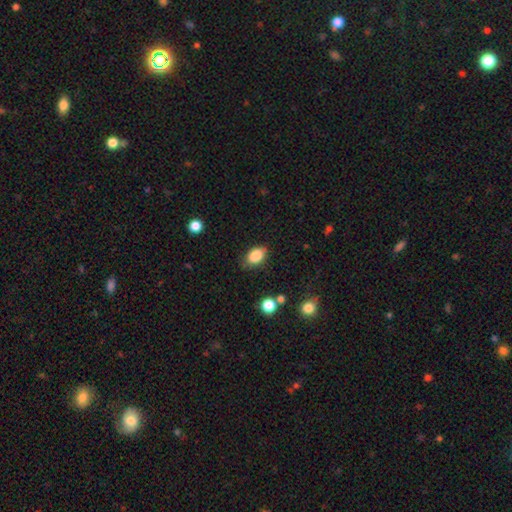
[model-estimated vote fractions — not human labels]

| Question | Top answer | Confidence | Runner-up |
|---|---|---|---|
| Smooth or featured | smooth | 87% | star or artifact (8%) |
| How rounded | in between | 86% | round (13%) |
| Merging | none | 80% | minor disturbance (15%) |